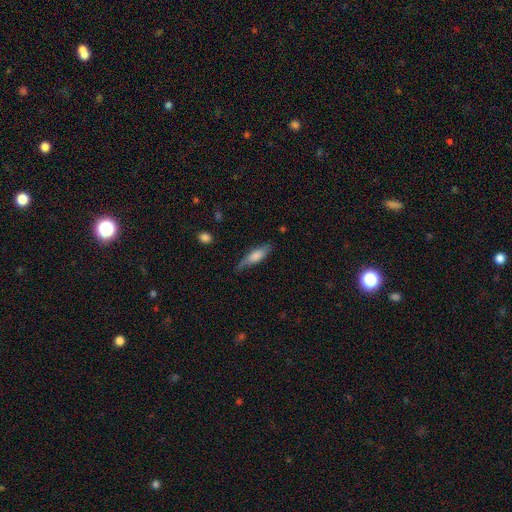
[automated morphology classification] A smooth galaxy with no disk features (67%) that is cigar-shaped (53%). Merging: none (61%).